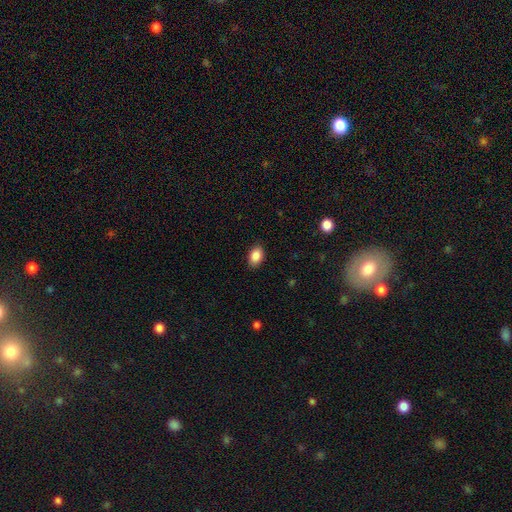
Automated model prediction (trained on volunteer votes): This is clearly a smooth galaxy (88%). How rounded: clearly in between (86%). Merging: clearly none (88%).